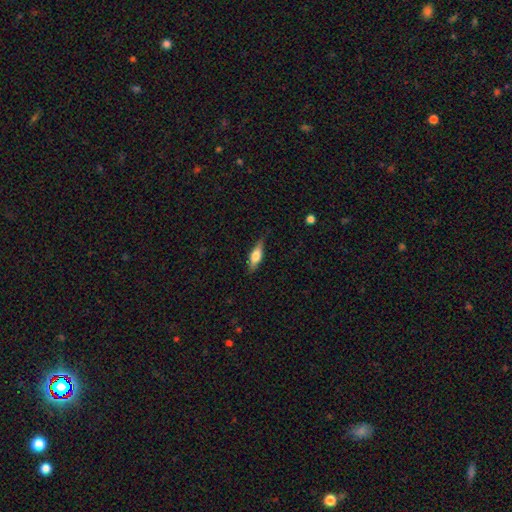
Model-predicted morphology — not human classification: Q: Smooth or featured?
A: smooth (53%); runner-up: featured or disk (40%)
Q: How rounded?
A: in between (51%); runner-up: cigar-shaped (45%)
Q: Merging?
A: none (79%); runner-up: minor disturbance (17%)